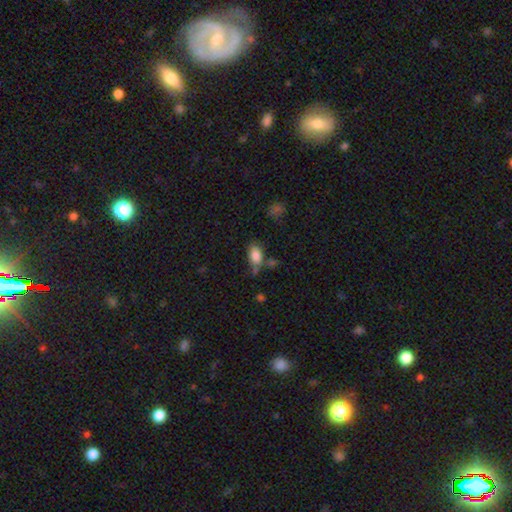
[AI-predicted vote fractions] Q: Smooth or featured?
A: smooth (85%); runner-up: star or artifact (9%)
Q: How rounded?
A: in between (90%); runner-up: round (8%)
Q: Merging?
A: none (60%); runner-up: minor disturbance (20%)